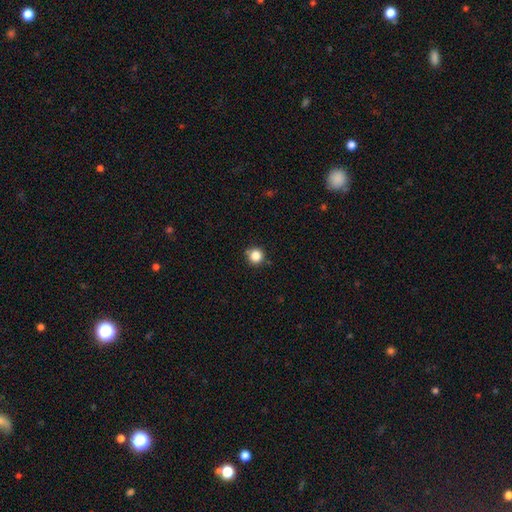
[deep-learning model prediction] smooth-or-featured: smooth: 84% | star or artifact: 12% | featured or disk: 4%
  how-rounded: round: 94% | in between: 5% | cigar-shaped: 1%
  merging: none: 85% | minor disturbance: 10% | merger: 3% | major disturbance: 2%